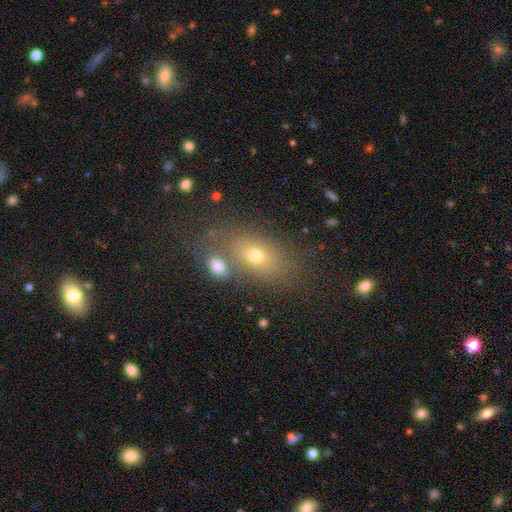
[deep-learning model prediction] Smooth or featured? smooth (67%)
How rounded? in between (78%)
Merging? none (62%)